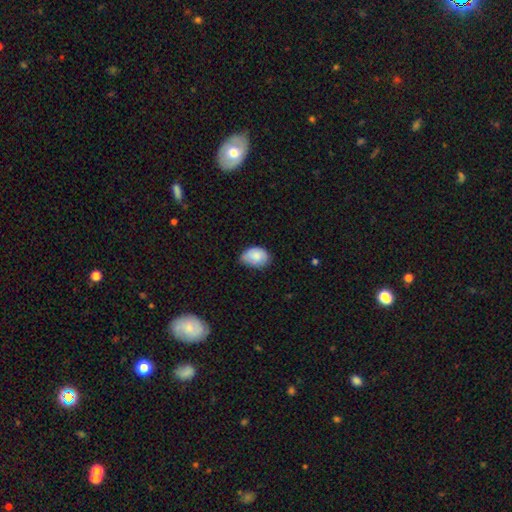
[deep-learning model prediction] A smooth galaxy with no disk features (83%) that is in between round and cigar-shaped (80%). Merging: none (51%).